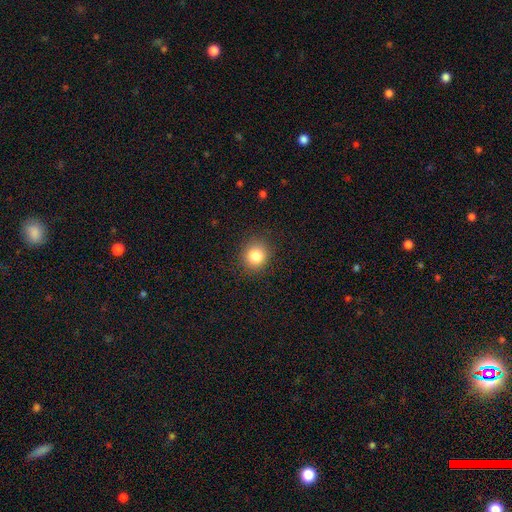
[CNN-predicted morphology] Smooth or featured: smooth — 83% (star or artifact — 11%)
How rounded: round — 85% (in between — 14%)
Merging: none — 89% (minor disturbance — 7%)